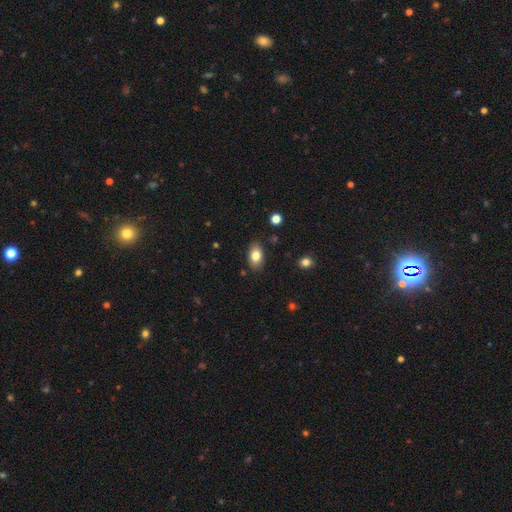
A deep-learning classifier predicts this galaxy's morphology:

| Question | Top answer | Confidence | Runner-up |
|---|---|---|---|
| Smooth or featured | smooth | 81% | featured or disk (11%) |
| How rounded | in between | 88% | round (10%) |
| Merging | none | 85% | minor disturbance (11%) |